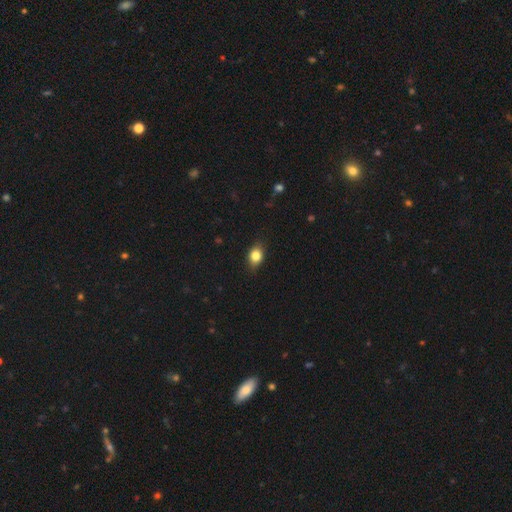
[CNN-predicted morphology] smooth-or-featured: smooth: 81% | featured or disk: 10% | star or artifact: 9%
  how-rounded: in between: 67% | round: 31% | cigar-shaped: 2%
  merging: none: 83% | minor disturbance: 14% | major disturbance: 2% | merger: 1%